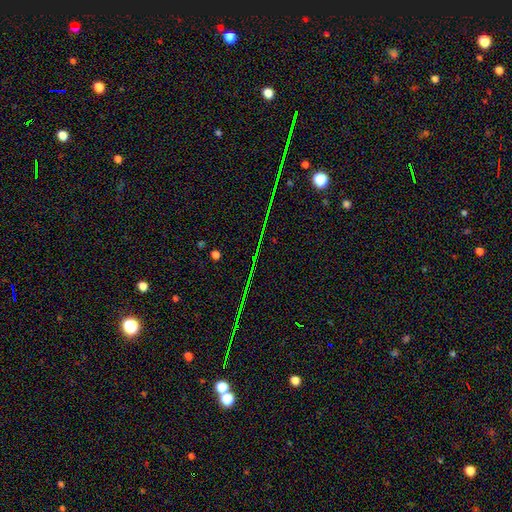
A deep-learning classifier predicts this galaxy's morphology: This is likely a star or artifact rather than a galaxy (79%).